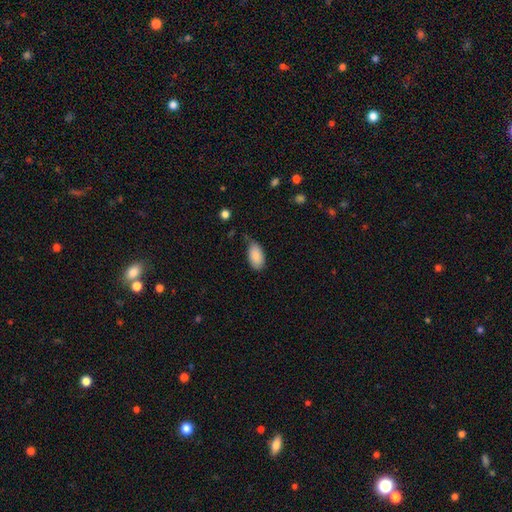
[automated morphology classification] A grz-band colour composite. It shows a smooth galaxy with no disk features (88%) that is in between round and cigar-shaped (94%). Merging: none (53%).